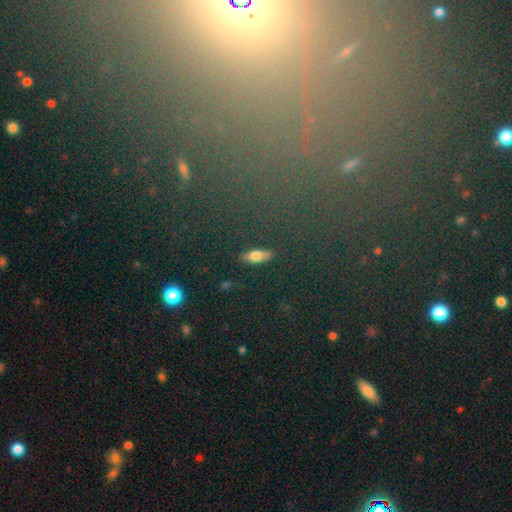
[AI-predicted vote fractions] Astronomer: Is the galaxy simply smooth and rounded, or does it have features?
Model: smooth — 71%.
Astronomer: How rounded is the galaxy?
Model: in between — 67%.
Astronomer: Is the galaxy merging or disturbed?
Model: none — 86%.